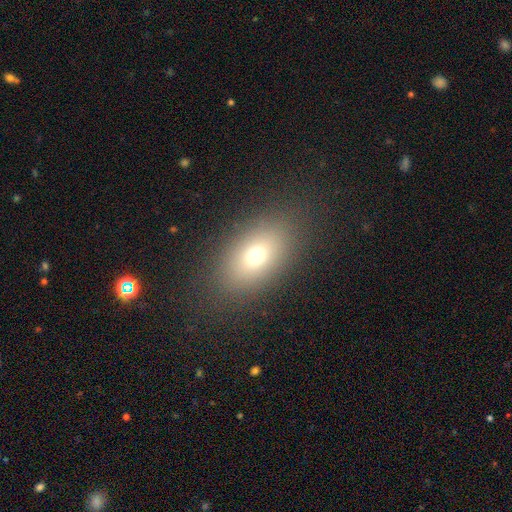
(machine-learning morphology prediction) smooth 71%, featured or disk 15%, star or artifact 14%. Down the decision tree: how rounded — in between (82%); merging — none (85%).